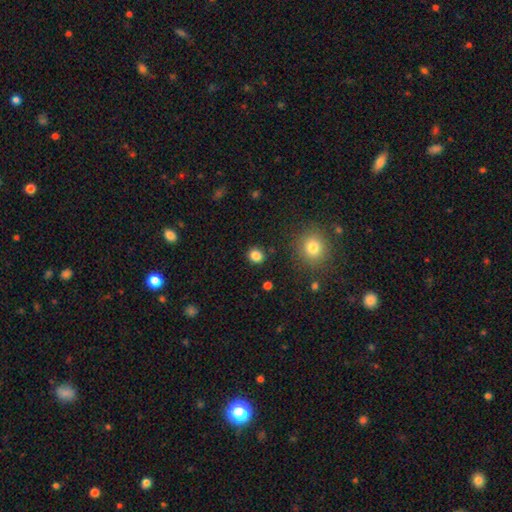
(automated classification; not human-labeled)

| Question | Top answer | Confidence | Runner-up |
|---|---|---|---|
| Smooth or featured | smooth | 84% | star or artifact (12%) |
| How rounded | round | 77% | in between (22%) |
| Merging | none | 89% | minor disturbance (7%) |